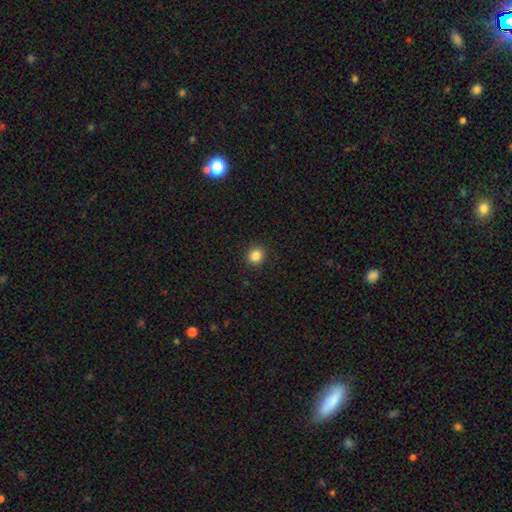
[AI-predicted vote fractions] Overall: smooth (85%). How rounded: round (86%). Merging: none (92%).